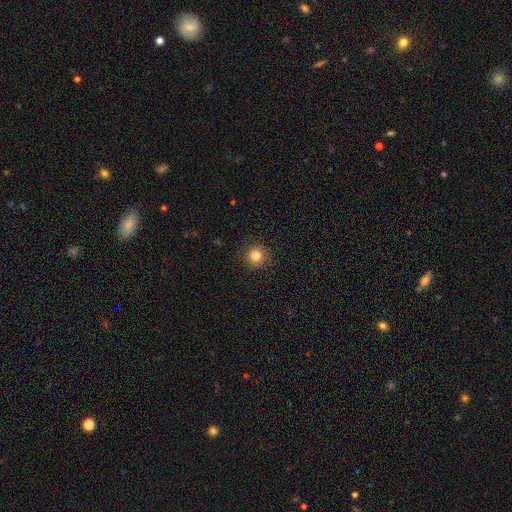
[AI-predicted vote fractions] Morphology: type=smooth (82%); roundness=round (95%); merging=none (90%).